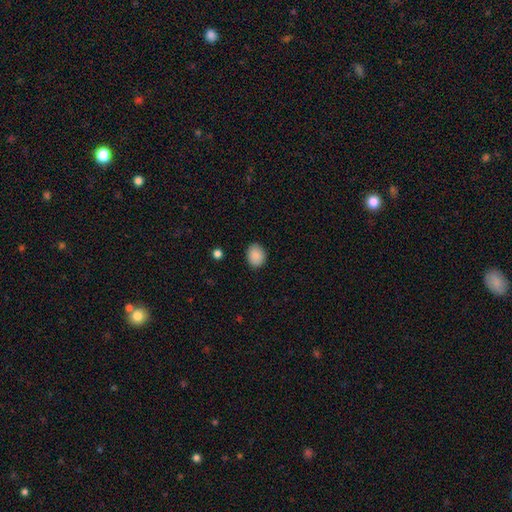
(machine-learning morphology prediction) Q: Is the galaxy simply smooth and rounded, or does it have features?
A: smooth — 89%.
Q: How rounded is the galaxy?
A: in between — 58%.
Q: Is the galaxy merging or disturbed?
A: none — 87%.